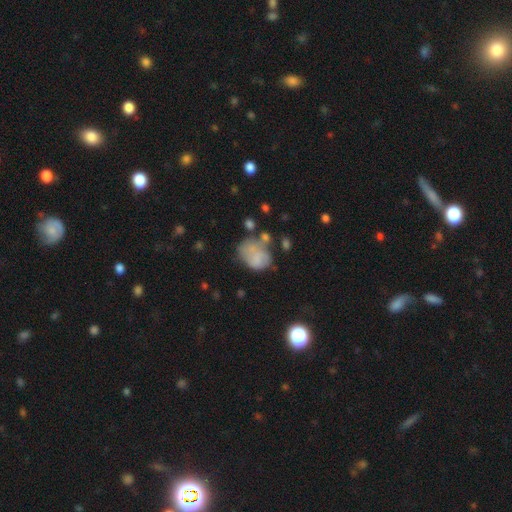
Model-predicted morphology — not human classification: This appears to be a smooth galaxy with no disk features (67%) that is in between round and cigar-shaped (61%). Merging: none (34%).